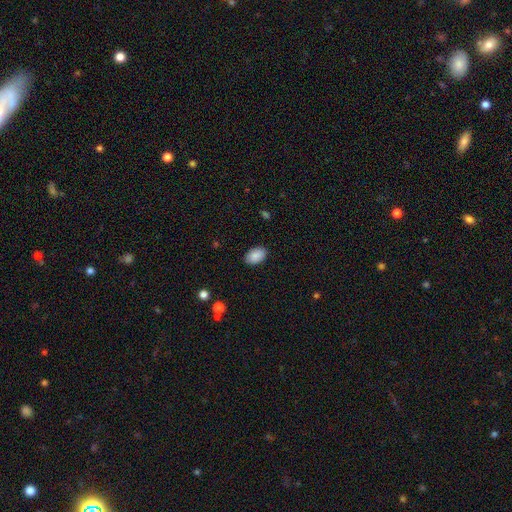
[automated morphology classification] smooth-or-featured: smooth: 89% | star or artifact: 7% | featured or disk: 4%
  how-rounded: in between: 91% | round: 7% | cigar-shaped: 1%
  merging: none: 89% | minor disturbance: 8% | major disturbance: 2% | merger: 1%